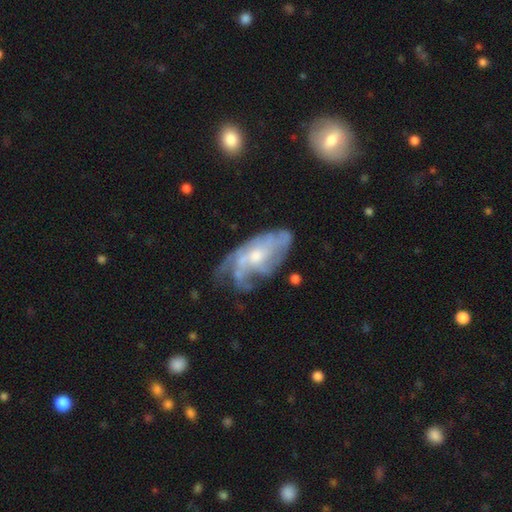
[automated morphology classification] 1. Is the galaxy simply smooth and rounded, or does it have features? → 77% featured or disk, 16% smooth, 7% star or artifact.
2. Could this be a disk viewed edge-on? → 93% no, 7% yes.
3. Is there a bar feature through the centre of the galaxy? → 71% no, 24% weak, 5% strong.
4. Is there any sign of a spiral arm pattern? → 77% yes, 23% no.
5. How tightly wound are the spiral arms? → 40% tight, 37% medium, 23% loose.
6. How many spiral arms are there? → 49% can't tell, 14% 4, 14% 3, 11% 2, 7% more than 4, 5% 1.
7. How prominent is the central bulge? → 50% moderate, 42% small, 4% large, 3% none, 1% dominant.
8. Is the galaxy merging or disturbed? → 44% none, 27% minor disturbance, 24% major disturbance, 6% merger.